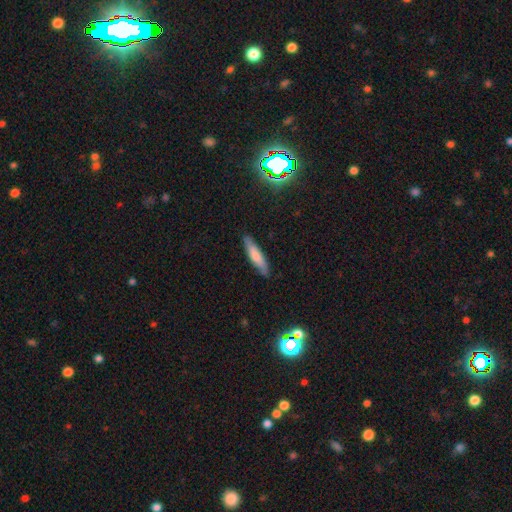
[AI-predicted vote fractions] The model was most divided on "smooth or featured": smooth: 72%, featured or disk: 22%, star or artifact: 6%. More confident: merging — none (85%); how rounded — cigar-shaped (81%).